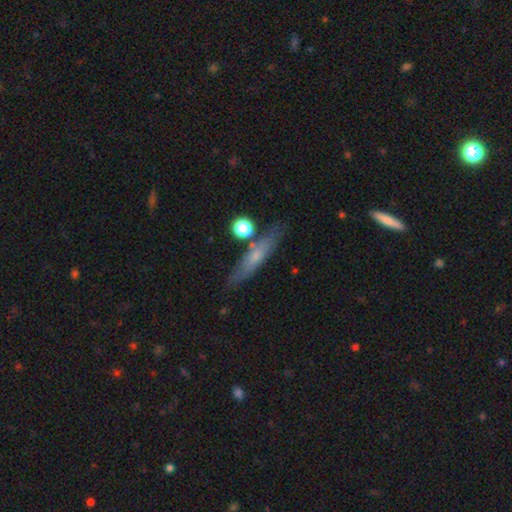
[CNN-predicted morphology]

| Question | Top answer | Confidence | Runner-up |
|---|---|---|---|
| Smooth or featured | smooth | 50% | featured or disk (41%) |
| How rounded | cigar-shaped | 82% | in between (14%) |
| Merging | none | 78% | minor disturbance (13%) |